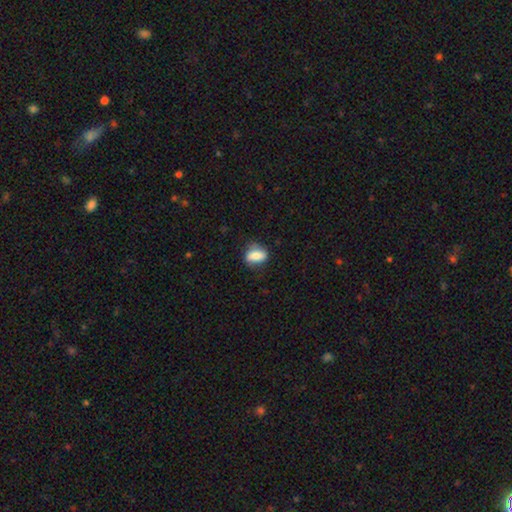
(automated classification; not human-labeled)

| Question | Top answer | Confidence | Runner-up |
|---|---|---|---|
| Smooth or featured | smooth | 74% | featured or disk (19%) |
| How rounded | in between | 77% | round (17%) |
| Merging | none | 71% | minor disturbance (22%) |